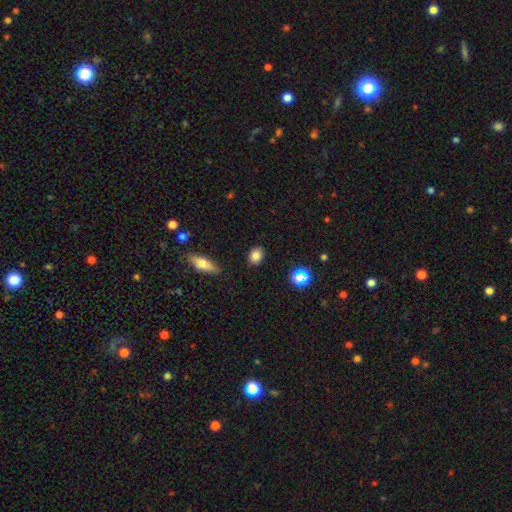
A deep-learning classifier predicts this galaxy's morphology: Smooth or featured?
  - smooth: 82% *
  - star or artifact: 11%
  - featured or disk: 7%
How rounded?
  - round: 51% *
  - in between: 47%
  - cigar-shaped: 2%
Merging?
  - none: 87% *
  - minor disturbance: 9%
  - major disturbance: 2%
  - merger: 2%